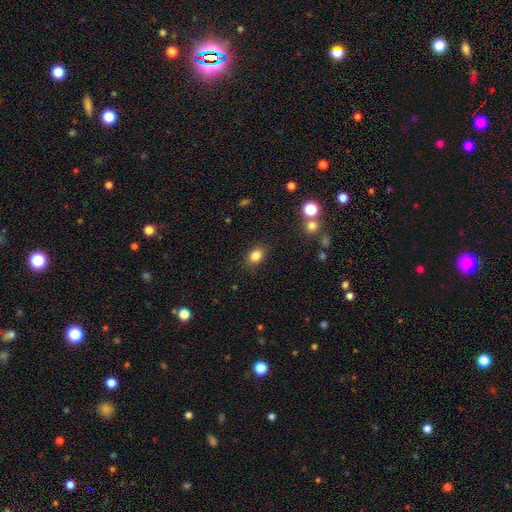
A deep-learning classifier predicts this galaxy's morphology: Smooth or featured? smooth (83%)
How rounded? in between (75%)
Merging? none (83%)